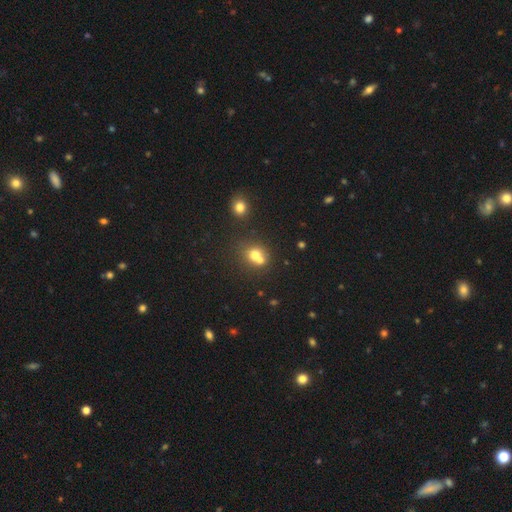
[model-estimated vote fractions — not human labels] Smooth or featured? Predicted: smooth (p=0.70). How rounded? Predicted: round (p=0.72). Merging? Predicted: merger (p=0.51).